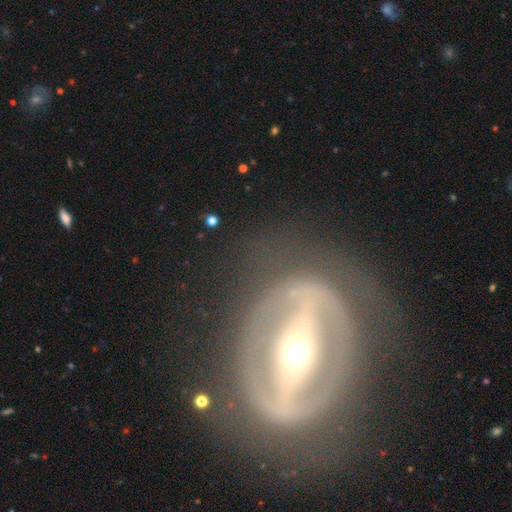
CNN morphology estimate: The model was most divided on "spiral arms": no: 55%, yes: 45%. More confident: edge-on disk — no (91%); smooth or featured — featured or disk (80%); bar — strong (72%); merging — none (70%); bulge size — small (51%).